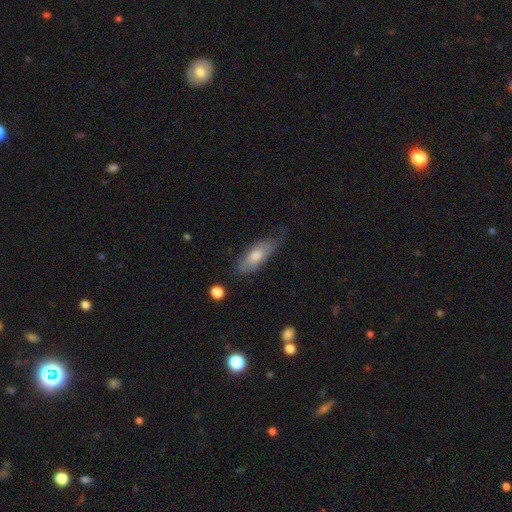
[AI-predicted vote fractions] smooth 59%, featured or disk 33%, star or artifact 7%. Down the decision tree: how rounded — in between (74%); merging — none (56%).